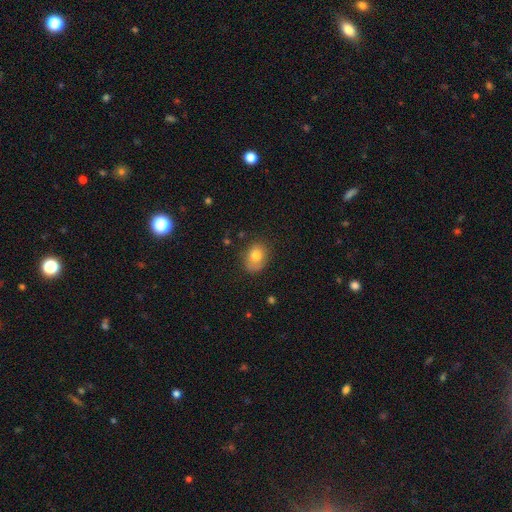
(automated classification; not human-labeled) A smooth galaxy with no disk features (75%) that is in between round and cigar-shaped (62%). Merging: none (65%).